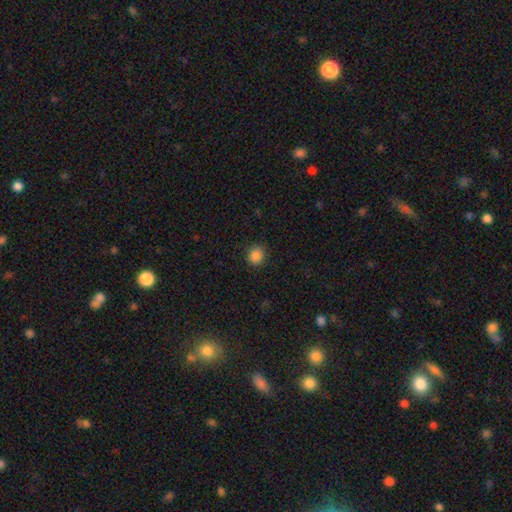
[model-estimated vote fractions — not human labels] This appears to be a smooth galaxy with no disk features (86%) that is round (82%). Merging: none (90%).